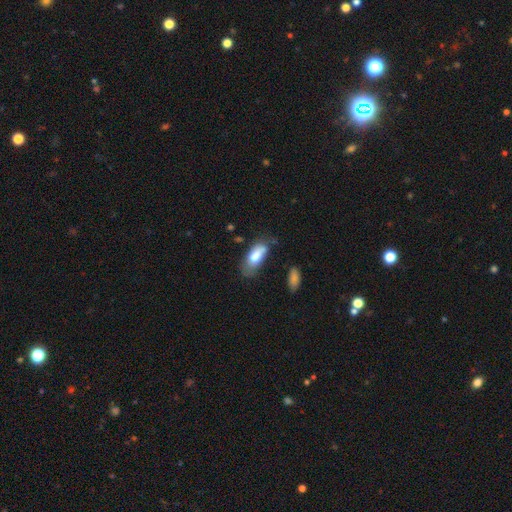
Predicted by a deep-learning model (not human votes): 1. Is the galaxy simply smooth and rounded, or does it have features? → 76% smooth, 18% featured or disk, 7% star or artifact.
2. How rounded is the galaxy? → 85% in between, 13% cigar-shaped, 2% round.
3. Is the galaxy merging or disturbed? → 44% none, 34% minor disturbance, 16% major disturbance, 6% merger.